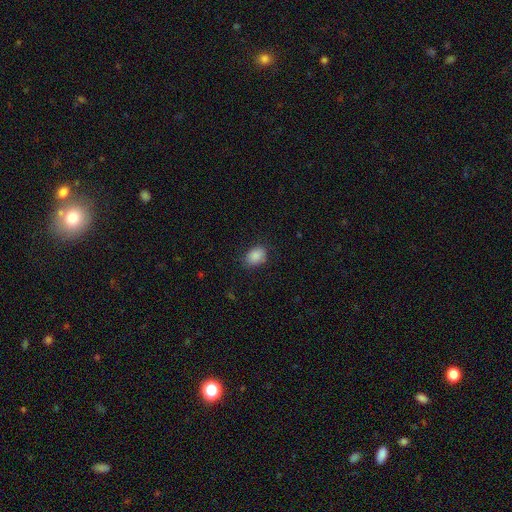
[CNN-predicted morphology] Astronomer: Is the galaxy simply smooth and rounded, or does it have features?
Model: smooth — 88%.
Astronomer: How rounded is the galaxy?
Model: in between — 72%.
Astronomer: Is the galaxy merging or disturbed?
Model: none — 78%.